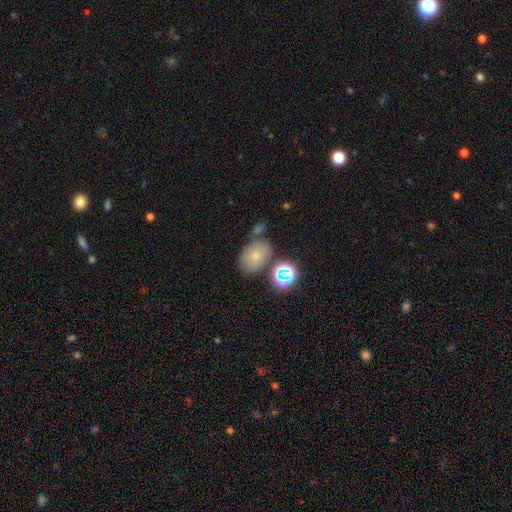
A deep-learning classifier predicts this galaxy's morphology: Overall: smooth (67%). How rounded: in between (76%). Merging: none (62%).